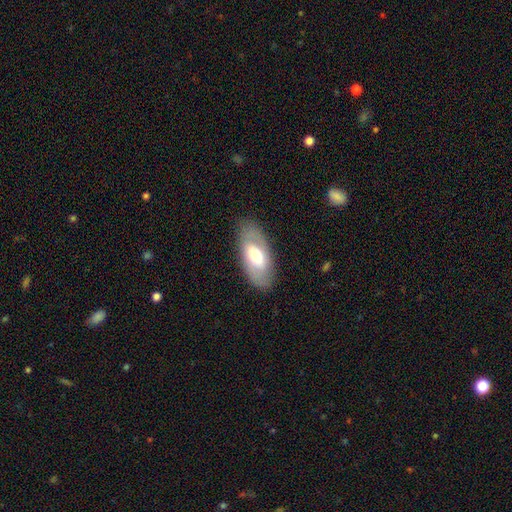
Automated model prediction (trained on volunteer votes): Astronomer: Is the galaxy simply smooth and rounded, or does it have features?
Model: smooth — 52% (runner-up: featured or disk, 42%).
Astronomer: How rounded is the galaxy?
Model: in between — 89%.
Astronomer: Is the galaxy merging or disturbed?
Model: none — 82%.